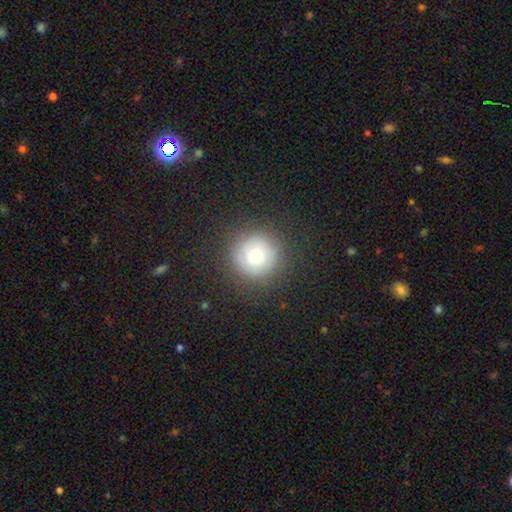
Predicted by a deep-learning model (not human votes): Smooth or featured: smooth — 71% (featured or disk — 15%)
How rounded: round — 96% (in between — 3%)
Merging: none — 86% (minor disturbance — 8%)